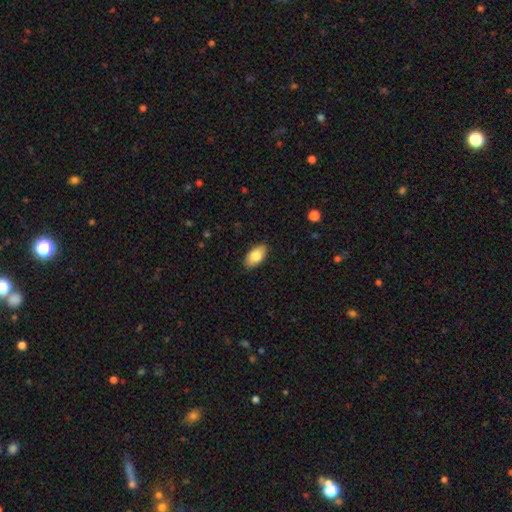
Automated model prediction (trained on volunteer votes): Overall: smooth (82%). How rounded: in between (94%). Merging: none (88%).